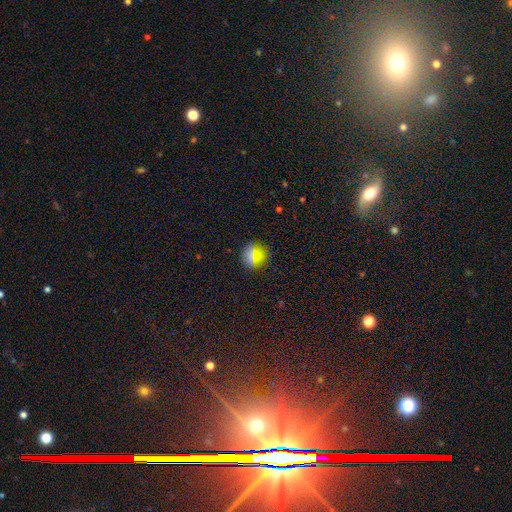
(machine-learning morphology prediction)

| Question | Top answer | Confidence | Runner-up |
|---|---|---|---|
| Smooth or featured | smooth | 71% | star or artifact (22%) |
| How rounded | round | 88% | in between (10%) |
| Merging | none | 86% | minor disturbance (9%) |